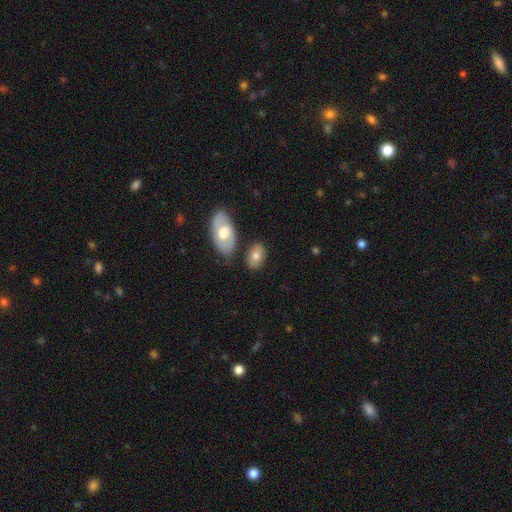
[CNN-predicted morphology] Smooth or featured? smooth (70%)
How rounded? in between (88%)
Merging? none (70%)